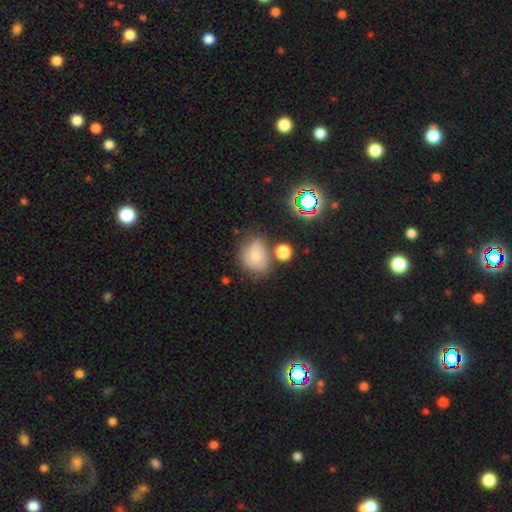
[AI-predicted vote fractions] Smooth or featured?
  - smooth: 68% *
  - featured or disk: 19%
  - star or artifact: 14%
How rounded?
  - round: 53% *
  - in between: 46%
  - cigar-shaped: 1%
Merging?
  - none: 56% *
  - minor disturbance: 24%
  - merger: 12%
  - major disturbance: 8%